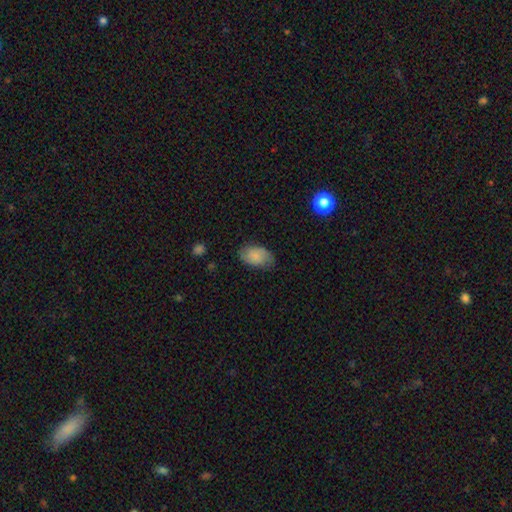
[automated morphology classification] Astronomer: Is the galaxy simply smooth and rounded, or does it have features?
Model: smooth — 73%.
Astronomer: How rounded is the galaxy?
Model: in between — 93%.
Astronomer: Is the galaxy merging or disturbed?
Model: none — 75%.